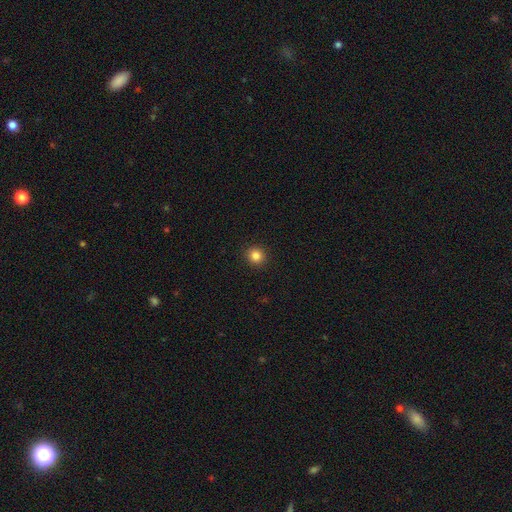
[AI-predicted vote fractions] Morphology: type=smooth (85%); roundness=round (93%); merging=none (92%).